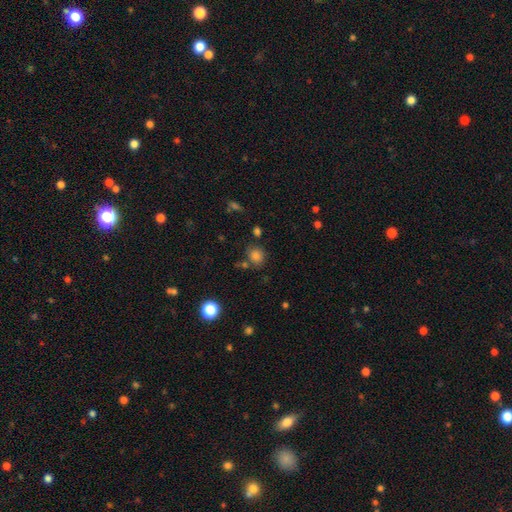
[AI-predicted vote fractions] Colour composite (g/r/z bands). It shows a smooth galaxy with no disk features (79%) that is round (76%). Merging: none (74%).